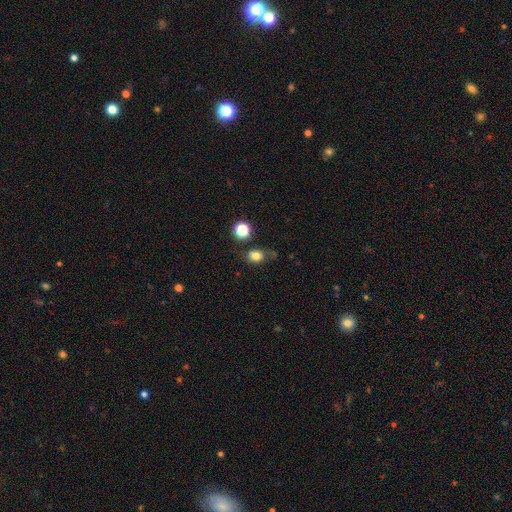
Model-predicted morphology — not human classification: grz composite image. It shows a smooth galaxy with no disk features (75%) that is round (53%). Merging: none (53%).